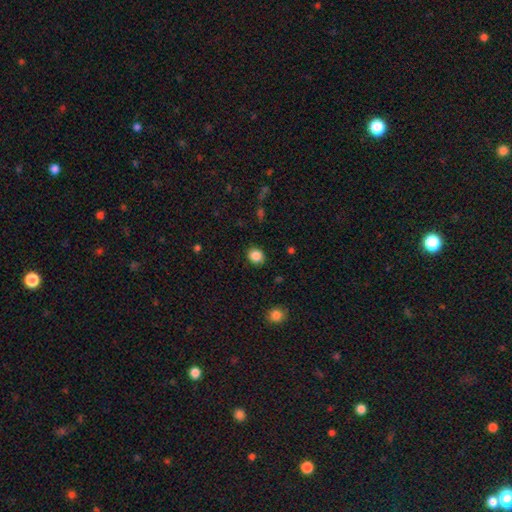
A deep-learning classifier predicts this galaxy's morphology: smooth 87%, star or artifact 10%, featured or disk 4%. Down the decision tree: how rounded — round (74%); merging — none (88%).